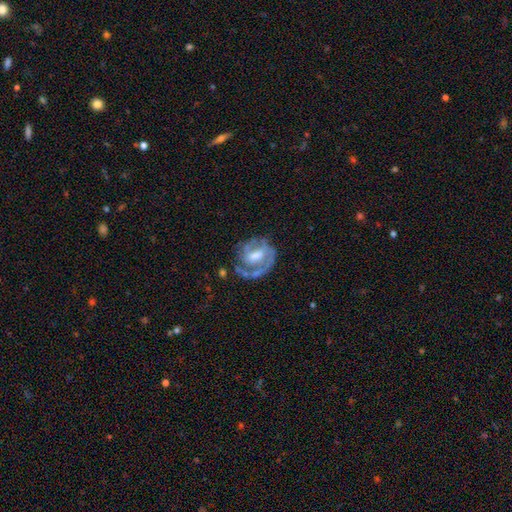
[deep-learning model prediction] Smooth or featured: featured or disk — 82% (smooth — 12%)
Edge-on disk: no — 98% (yes — 2%)
Bar: weak — 48% (no — 28%)
Spiral arms: yes — 89% (no — 11%)
Spiral winding: tight — 48% (medium — 39%)
Spiral arm count: 2 — 45% (1 — 31%)
Bulge size: moderate — 52% (small — 20%)
Merging: none — 56% (minor disturbance — 21%)